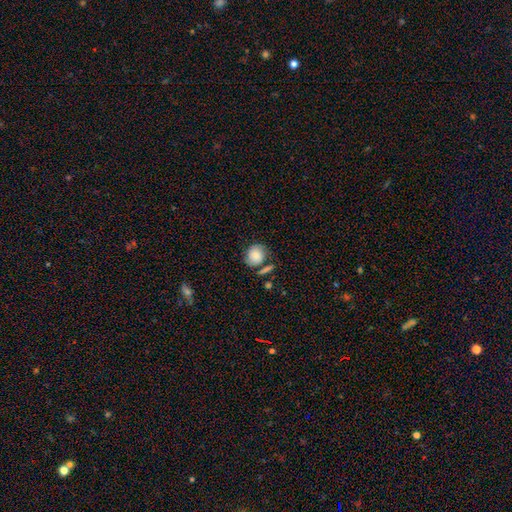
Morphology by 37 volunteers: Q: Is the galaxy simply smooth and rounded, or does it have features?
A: smooth — 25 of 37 (68%).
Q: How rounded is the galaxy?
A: round — 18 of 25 (72%).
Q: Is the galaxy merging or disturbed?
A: none — 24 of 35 (69%).